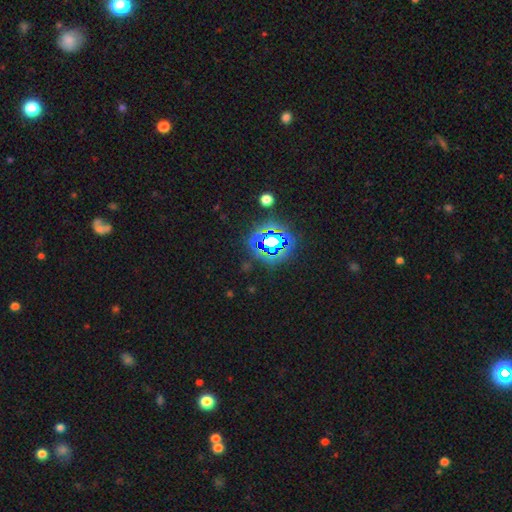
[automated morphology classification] The model was most divided on "smooth or featured": star or artifact: 81%, smooth: 13%, featured or disk: 6%.